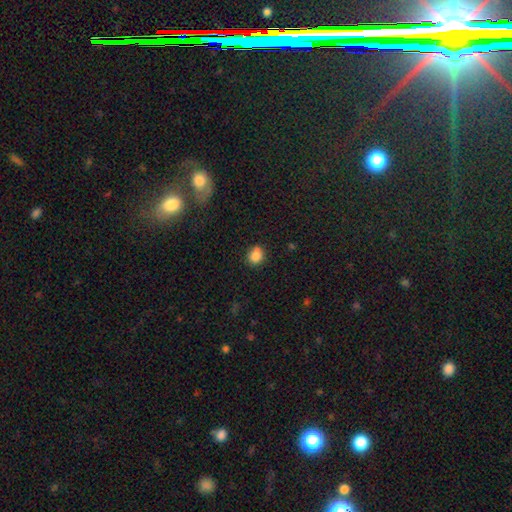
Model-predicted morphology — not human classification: smooth 84%, star or artifact 11%, featured or disk 6%. Down the decision tree: how rounded — round (66%); merging — none (69%).